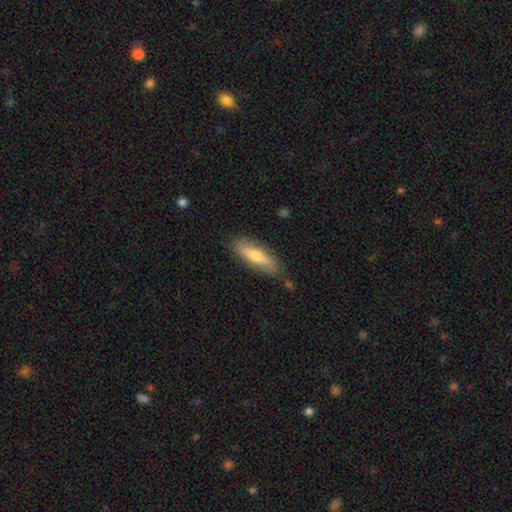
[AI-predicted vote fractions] smooth-or-featured: smooth: 52% | featured or disk: 41% | star or artifact: 6%
  how-rounded: cigar-shaped: 57% | in between: 40% | round: 3%
  merging: none: 82% | minor disturbance: 14% | major disturbance: 2% | merger: 2%